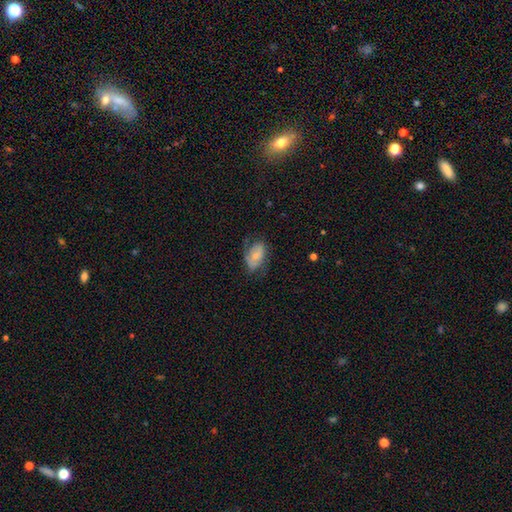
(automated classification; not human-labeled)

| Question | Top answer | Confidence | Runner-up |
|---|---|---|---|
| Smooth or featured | smooth | 55% | featured or disk (37%) |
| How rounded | in between | 87% | round (11%) |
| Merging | none | 51% | minor disturbance (30%) |